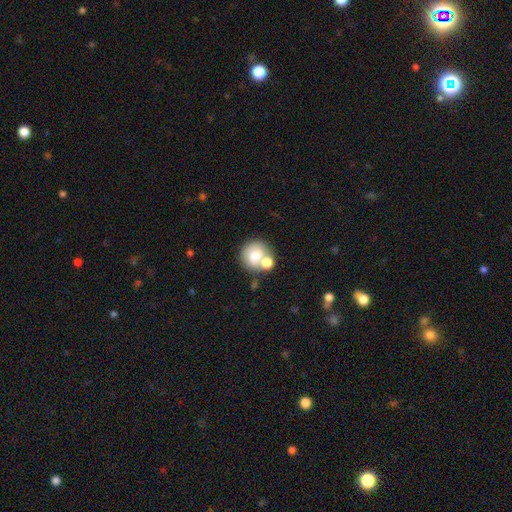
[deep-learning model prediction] Smooth or featured?
  - smooth: 70% *
  - featured or disk: 21%
  - star or artifact: 9%
How rounded?
  - round: 81% *
  - in between: 18%
  - cigar-shaped: 1%
Merging?
  - none: 47% *
  - merger: 38%
  - minor disturbance: 10%
  - major disturbance: 4%